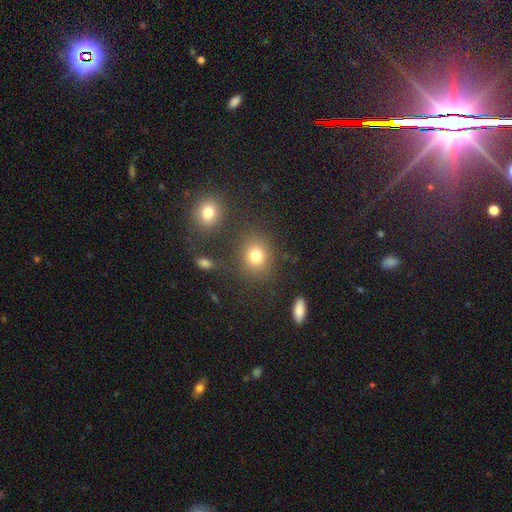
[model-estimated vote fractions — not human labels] Overall: smooth (77%). How rounded: round (68%; in between 31%). Merging: none (80%).